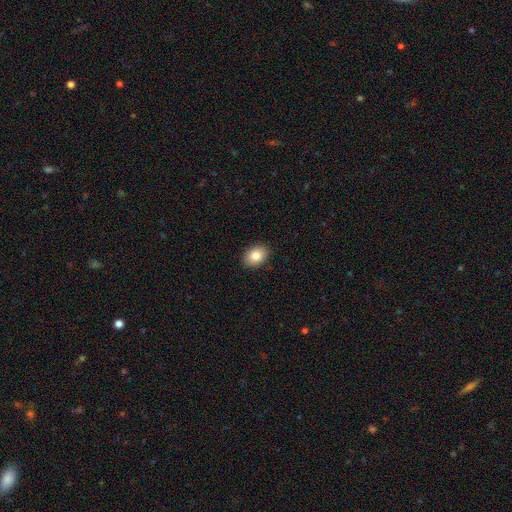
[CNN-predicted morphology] smooth_or_featured: smooth (p=0.83) [alt: featured or disk p=0.08]
how_rounded: in between (p=0.77) [alt: round p=0.22]
merging: none (p=0.90) [alt: minor disturbance p=0.07]